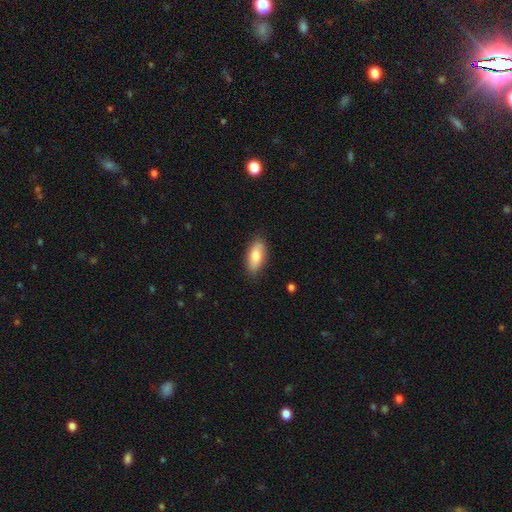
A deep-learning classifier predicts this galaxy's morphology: A smooth galaxy with no disk features (78%) that is in between round and cigar-shaped (85%).

Vote fractions:
- Smooth or featured? smooth: 78% / featured or disk: 16% / star or artifact: 6%
- How rounded? in between: 85% / cigar-shaped: 12% / round: 3%
- Merging? none: 85% / minor disturbance: 11% / major disturbance: 2% / merger: 1%